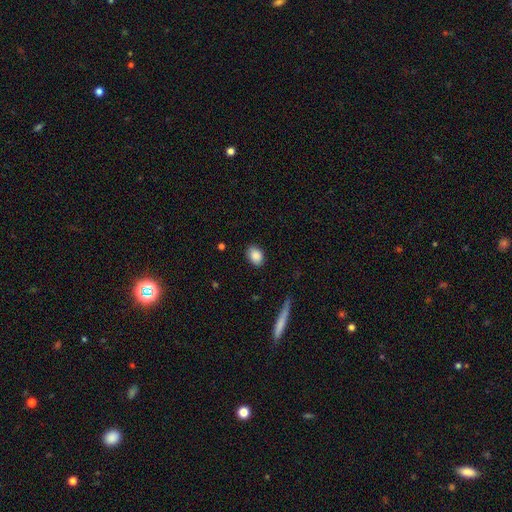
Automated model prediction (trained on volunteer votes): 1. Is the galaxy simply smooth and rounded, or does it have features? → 88% smooth, 7% star or artifact, 5% featured or disk.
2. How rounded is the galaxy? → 78% in between, 20% round, 1% cigar-shaped.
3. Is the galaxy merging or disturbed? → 86% none, 11% minor disturbance, 2% major disturbance, 1% merger.